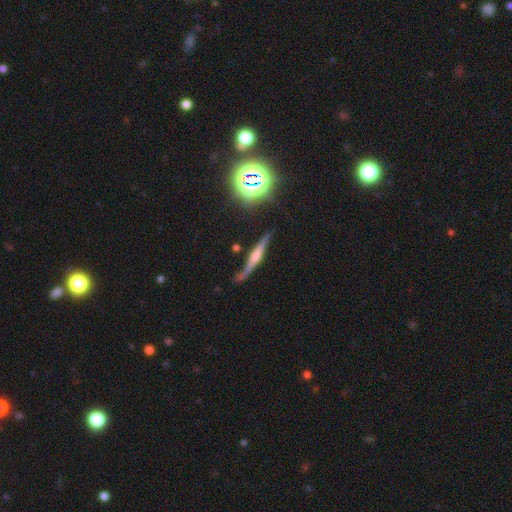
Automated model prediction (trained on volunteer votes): smooth_or_featured: featured or disk (p=0.68) [alt: smooth p=0.19]
disk_edge_on: yes (p=0.90) [alt: no p=0.10]
edge_on_bulge: rounded (p=0.64) [alt: boxy p=0.22]
merging: none (p=0.71) [alt: minor disturbance p=0.19]